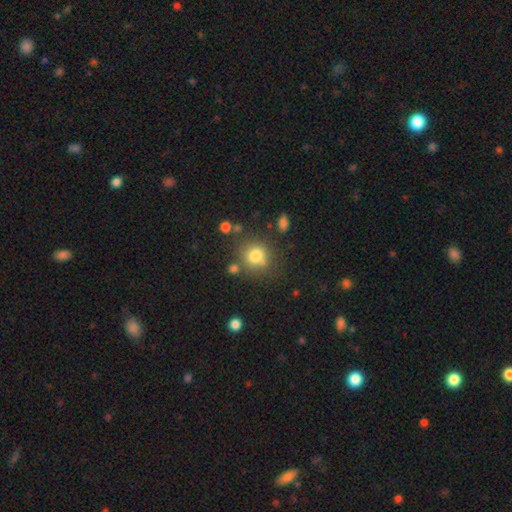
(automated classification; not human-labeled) smooth_or_featured: smooth (p=0.77) [alt: star or artifact p=0.13]
how_rounded: round (p=0.81) [alt: in between p=0.18]
merging: none (p=0.68) [alt: minor disturbance p=0.14]